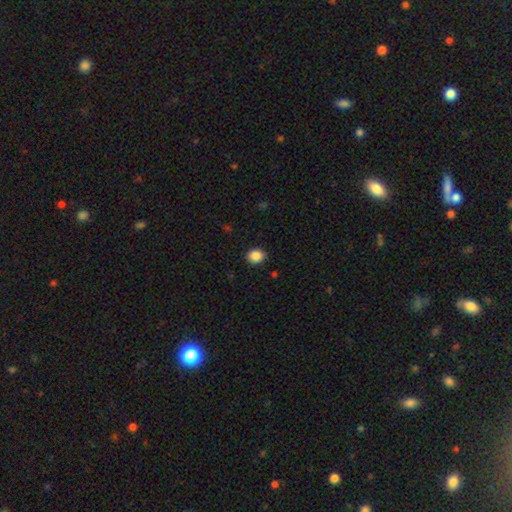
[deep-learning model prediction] Morphology: type=smooth (88%); roundness=round (66%); merging=none (90%).